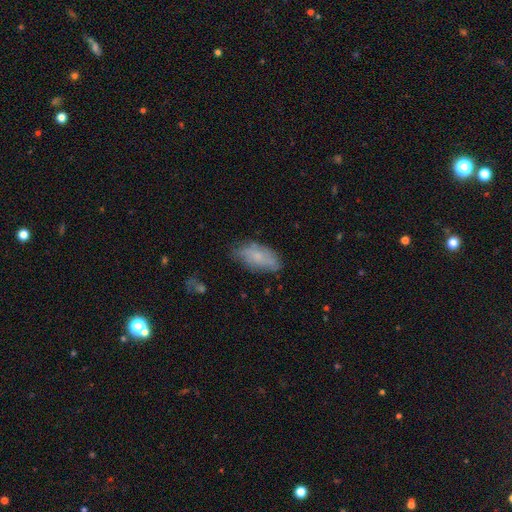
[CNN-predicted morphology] Smooth or featured?
  - smooth: 62% *
  - featured or disk: 30%
  - star or artifact: 8%
How rounded?
  - in between: 89% *
  - cigar-shaped: 8%
  - round: 3%
Merging?
  - none: 65% *
  - minor disturbance: 26%
  - major disturbance: 7%
  - merger: 2%